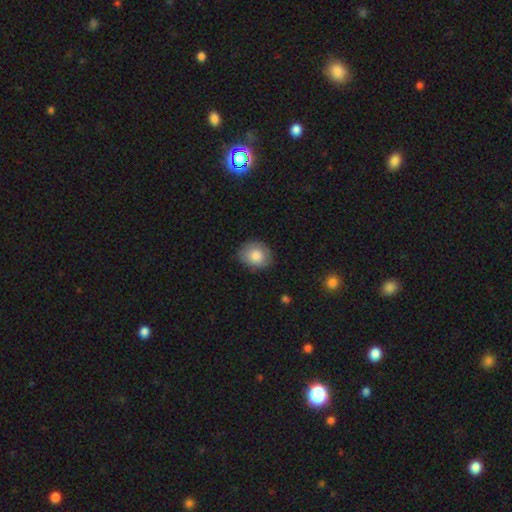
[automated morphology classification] A smooth galaxy with no disk features (82%) that is round (64%).

Vote fractions:
- Smooth or featured? smooth: 82% / featured or disk: 11% / star or artifact: 7%
- How rounded? round: 64% / in between: 35% / cigar-shaped: 1%
- Merging? none: 82% / minor disturbance: 14% / major disturbance: 3% / merger: 1%